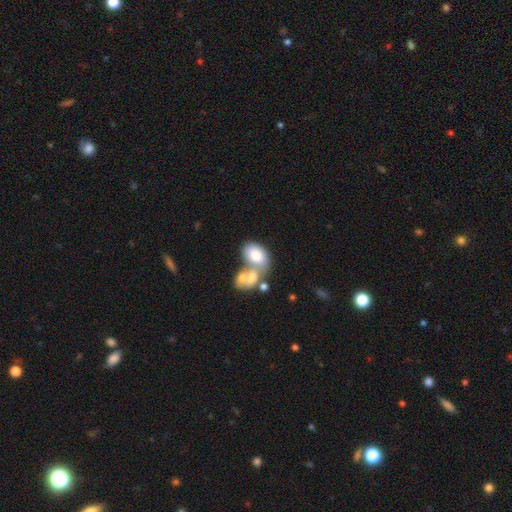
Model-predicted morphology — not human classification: Overall: smooth (71%). How rounded: in between (87%). Merging: merger (61%; none 22%).